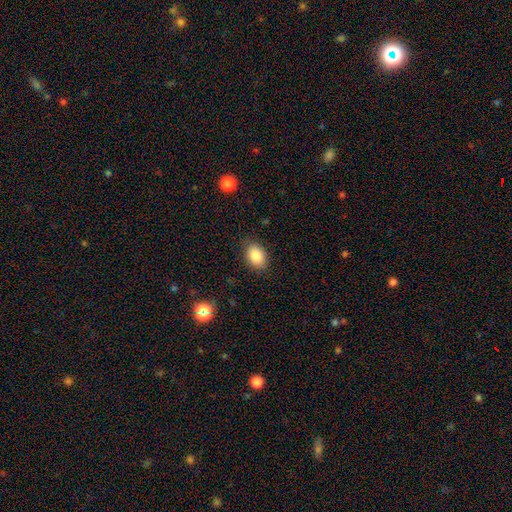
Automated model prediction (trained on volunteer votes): Morphology: type=smooth (87%); roundness=in between (81%); merging=none (85%).